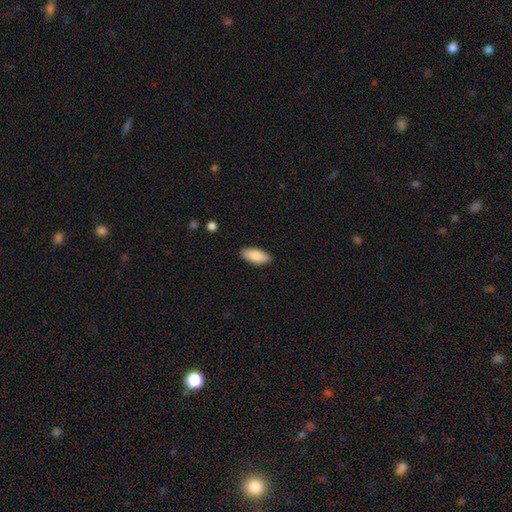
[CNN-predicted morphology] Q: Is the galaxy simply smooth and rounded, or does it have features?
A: smooth — 86%.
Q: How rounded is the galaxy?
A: in between — 86%.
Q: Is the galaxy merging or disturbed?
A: none — 89%.